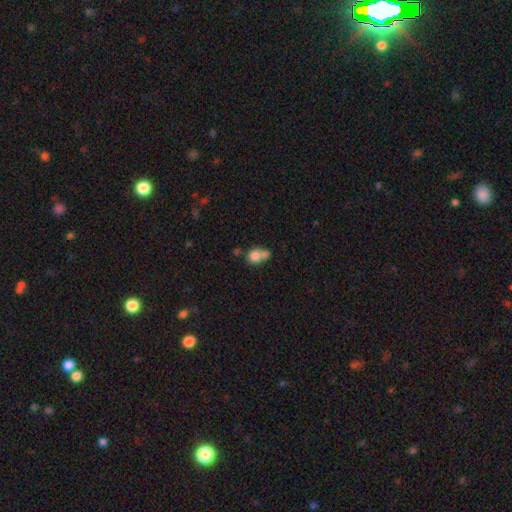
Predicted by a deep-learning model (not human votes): Overall: smooth (77%). How rounded: round (65%; in between 34%). Merging: merger (52%; none 30%).